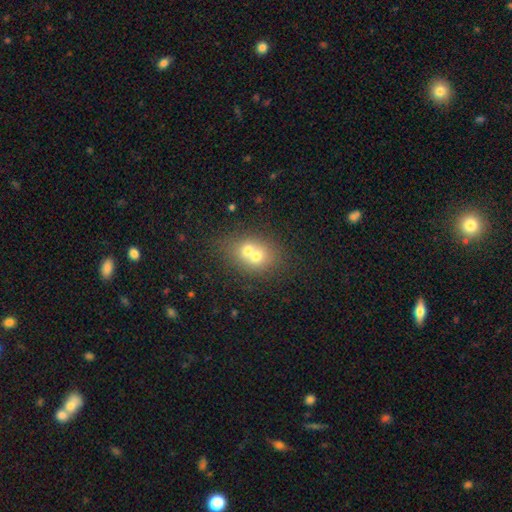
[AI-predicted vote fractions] Smooth or featured: smooth — 62% (featured or disk — 26%)
How rounded: round — 61% (in between — 38%)
Merging: merger — 64% (none — 27%)